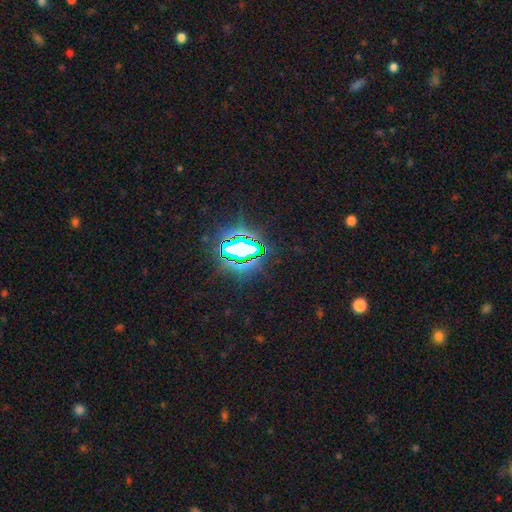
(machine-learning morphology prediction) Smooth or featured?
  - star or artifact: 84% *
  - smooth: 10%
  - featured or disk: 6%